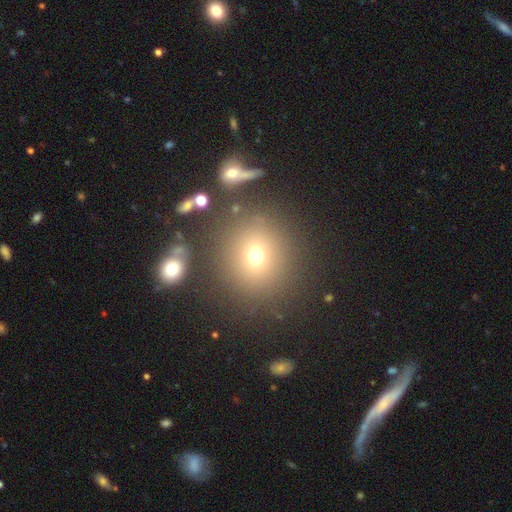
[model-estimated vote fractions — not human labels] smooth 68%, star or artifact 20%, featured or disk 12%. Down the decision tree: how rounded — round (86%); merging — none (80%).